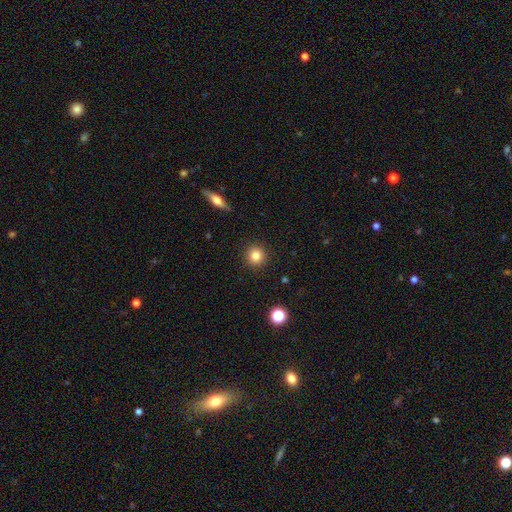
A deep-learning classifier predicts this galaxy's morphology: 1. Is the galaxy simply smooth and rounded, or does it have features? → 83% smooth, 11% star or artifact, 6% featured or disk.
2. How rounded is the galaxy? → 93% round, 6% in between, 1% cigar-shaped.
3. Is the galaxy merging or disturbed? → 91% none, 6% minor disturbance, 2% major disturbance, 1% merger.